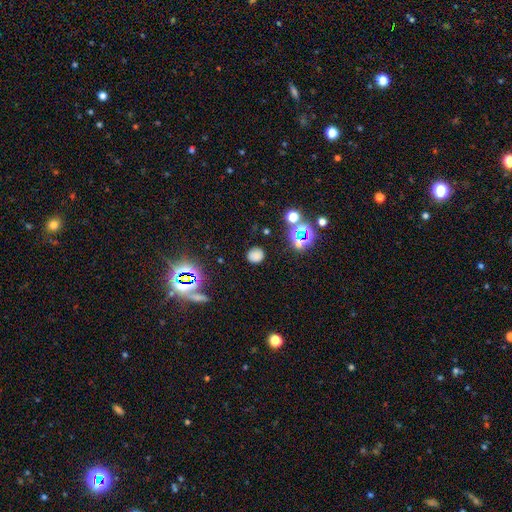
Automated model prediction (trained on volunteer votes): The model was most divided on "smooth or featured": smooth: 71%, star or artifact: 21%, featured or disk: 8%. More confident: merging — none (84%); how rounded — round (80%).